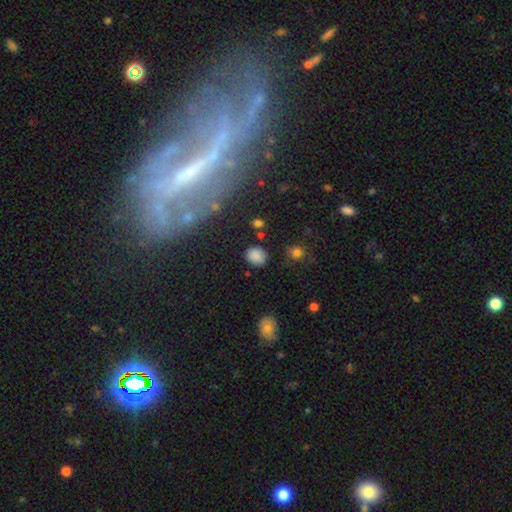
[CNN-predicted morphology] Overall: smooth (84%). How rounded: round (65%; in between 34%). Merging: none (80%).